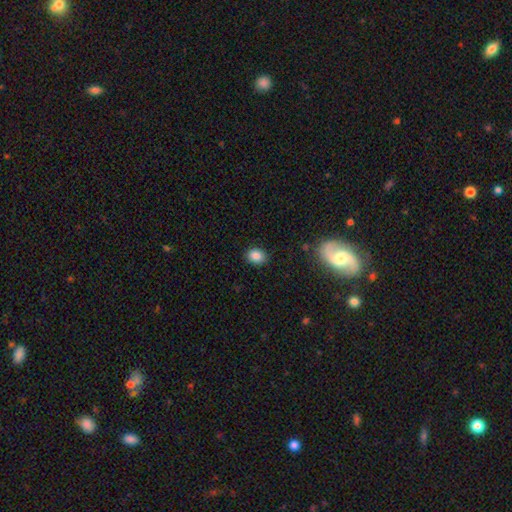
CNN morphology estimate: smooth-or-featured: smooth: 85% | star or artifact: 10% | featured or disk: 5%
  how-rounded: in between: 54% | round: 45% | cigar-shaped: 1%
  merging: none: 86% | minor disturbance: 10% | major disturbance: 3% | merger: 1%